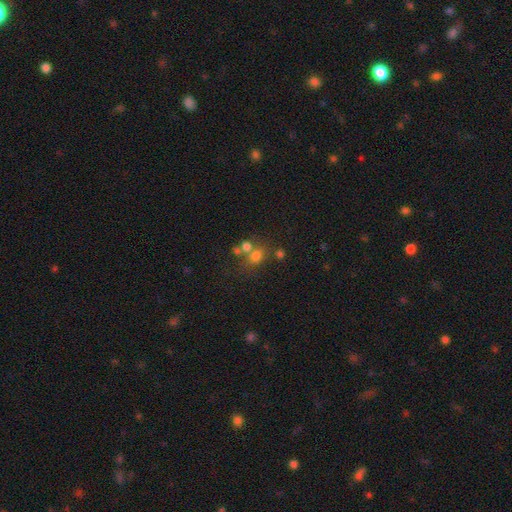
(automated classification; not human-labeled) smooth 67%, star or artifact 19%, featured or disk 14%. Down the decision tree: how rounded — round (55%); merging — none (46%).